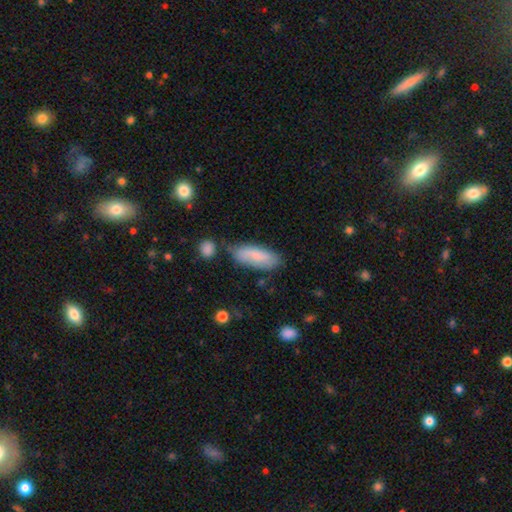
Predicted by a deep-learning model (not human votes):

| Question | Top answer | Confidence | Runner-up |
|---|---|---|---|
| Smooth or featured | smooth | 75% | featured or disk (18%) |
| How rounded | in between | 76% | cigar-shaped (22%) |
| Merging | none | 64% | minor disturbance (22%) |